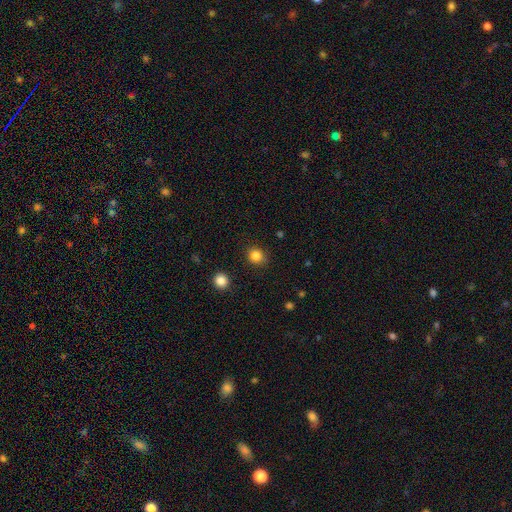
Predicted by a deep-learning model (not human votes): The model was most divided on "how rounded": round: 83%, in between: 16%, cigar-shaped: 1%. More confident: merging — none (87%); smooth or featured — smooth (84%).